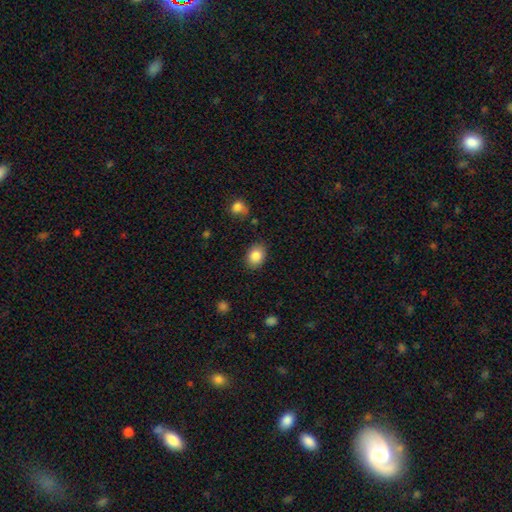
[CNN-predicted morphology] smooth_or_featured: smooth (p=0.86) [alt: star or artifact p=0.08]
how_rounded: in between (p=0.63) [alt: round p=0.36]
merging: none (p=0.84) [alt: minor disturbance p=0.11]